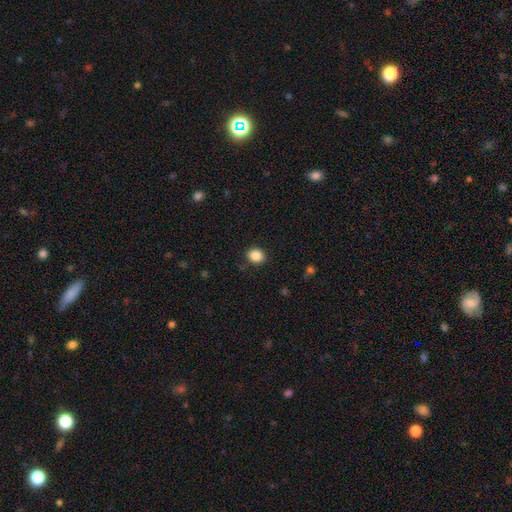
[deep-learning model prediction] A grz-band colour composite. It shows a smooth galaxy with no disk features (86%) that is round (64%). Merging: none (89%).